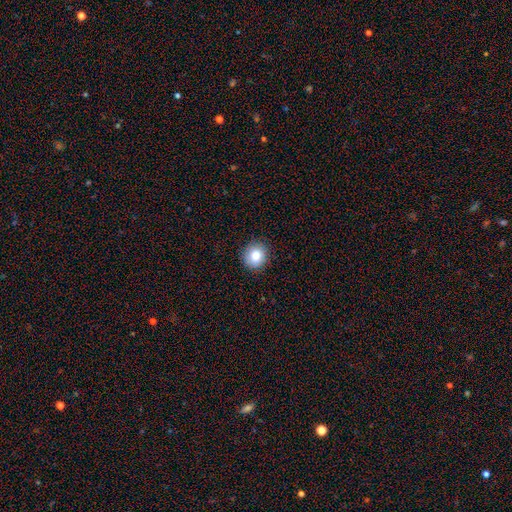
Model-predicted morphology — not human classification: Smooth or featured? Predicted: smooth (p=0.80). How rounded? Predicted: round (p=0.89). Merging? Predicted: none (p=0.90).